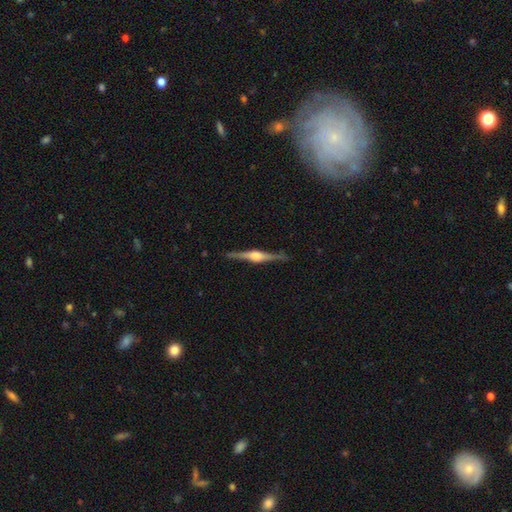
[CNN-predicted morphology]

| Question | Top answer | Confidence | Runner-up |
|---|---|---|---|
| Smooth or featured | featured or disk | 85% | smooth (10%) |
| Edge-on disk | yes | 98% | no (2%) |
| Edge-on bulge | rounded | 84% | boxy (13%) |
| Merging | none | 90% | minor disturbance (8%) |